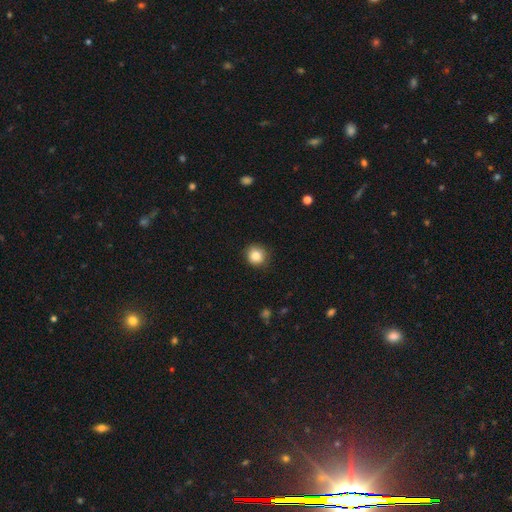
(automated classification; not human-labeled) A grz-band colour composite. It shows a smooth galaxy with no disk features (86%) that is round (91%). Merging: none (88%).